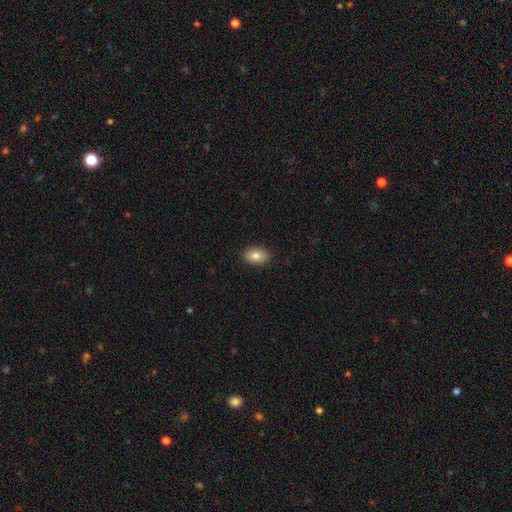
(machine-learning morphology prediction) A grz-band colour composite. It shows a smooth galaxy with no disk features (82%) that is in between round and cigar-shaped (85%). Merging: none (89%).